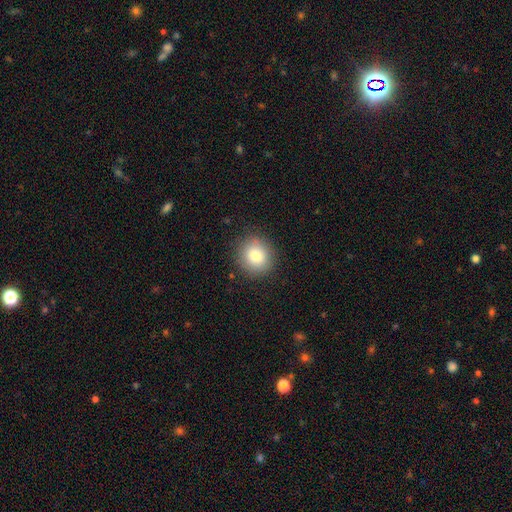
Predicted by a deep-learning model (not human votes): Smooth or featured? smooth (82%)
How rounded? round (89%)
Merging? none (89%)